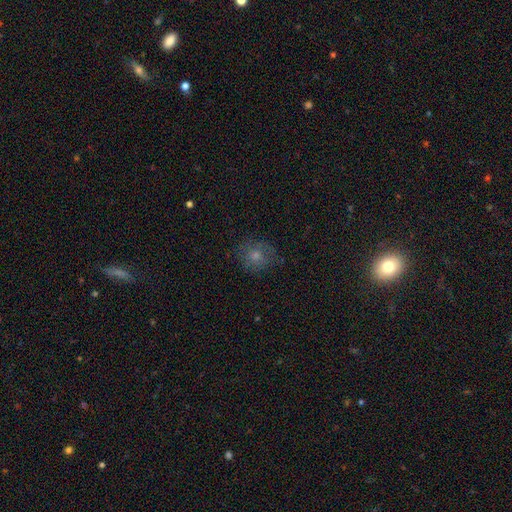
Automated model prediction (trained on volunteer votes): This is likely a smooth galaxy (71%). How rounded: likely round (78%). Merging: likely none (71%).